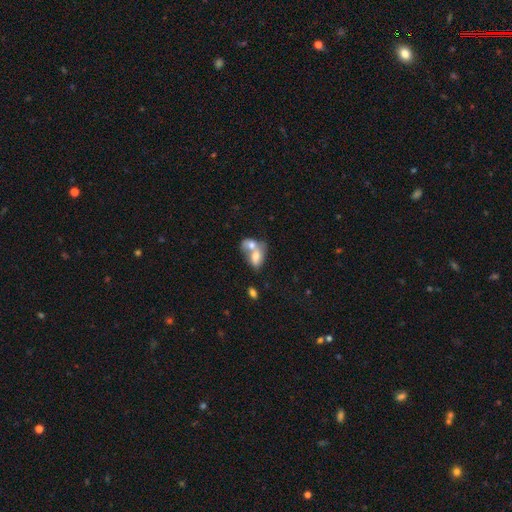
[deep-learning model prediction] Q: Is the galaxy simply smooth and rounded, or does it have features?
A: smooth — 68%.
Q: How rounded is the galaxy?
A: in between — 79%.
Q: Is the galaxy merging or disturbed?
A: merger — 79%.